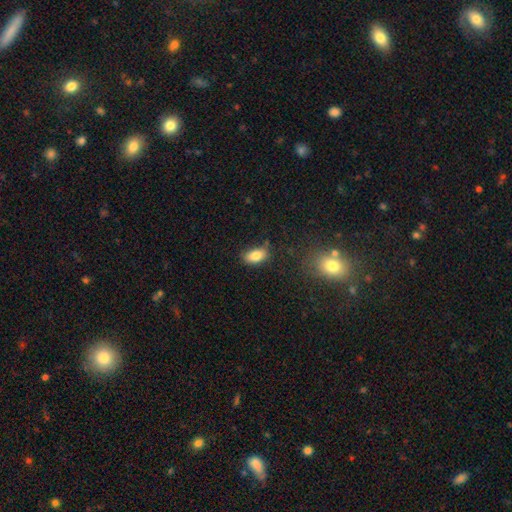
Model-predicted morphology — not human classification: Q: Smooth or featured?
A: smooth (83%); runner-up: star or artifact (9%)
Q: How rounded?
A: in between (90%); runner-up: round (5%)
Q: Merging?
A: none (73%); runner-up: minor disturbance (19%)